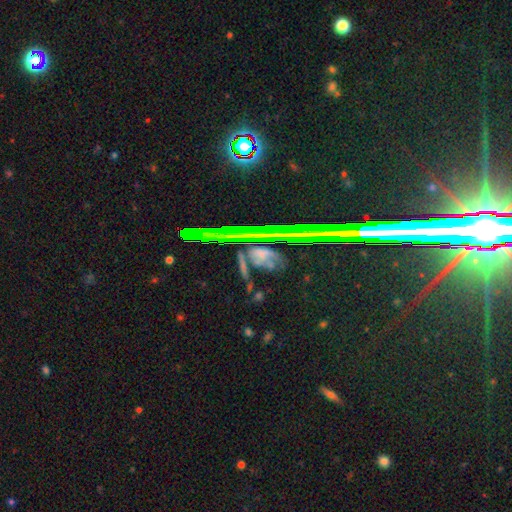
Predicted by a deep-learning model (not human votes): A star or artifact, not a galaxy (50%).

Vote fractions:
- Smooth or featured? star or artifact: 50% / featured or disk: 28% / smooth: 22%